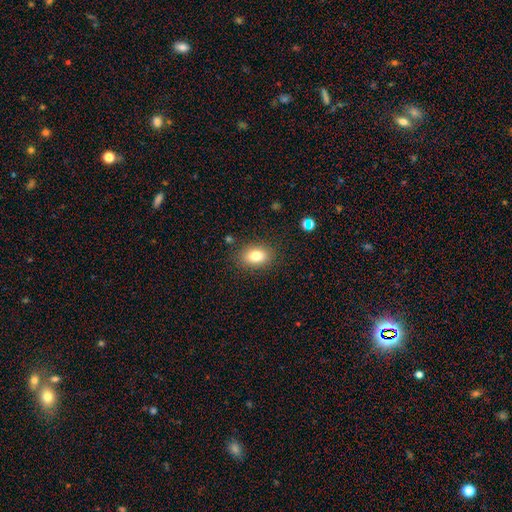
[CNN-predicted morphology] This appears to be a smooth galaxy with no disk features (81%) that is in between round and cigar-shaped (82%). Merging: none (85%).